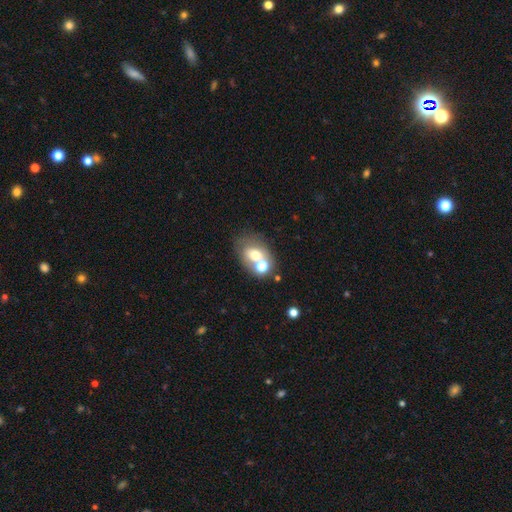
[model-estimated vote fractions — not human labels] Overall: smooth (60%; featured or disk 26%). How rounded: in between (59%; round 40%). Merging: none (43%; merger 39%).